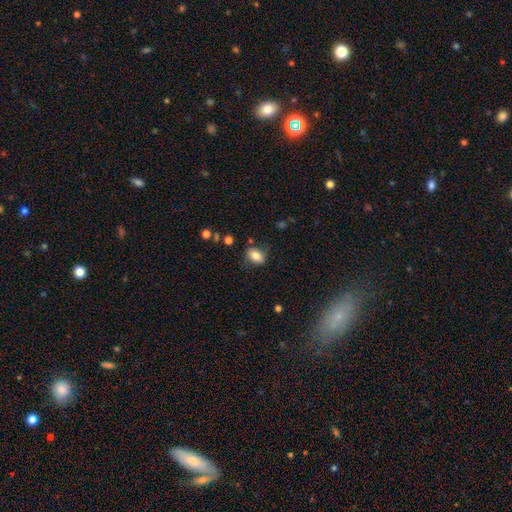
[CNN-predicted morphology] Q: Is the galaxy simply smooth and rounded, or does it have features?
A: smooth — 79%.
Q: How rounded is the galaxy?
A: in between — 76%.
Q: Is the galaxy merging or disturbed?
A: none — 76%.